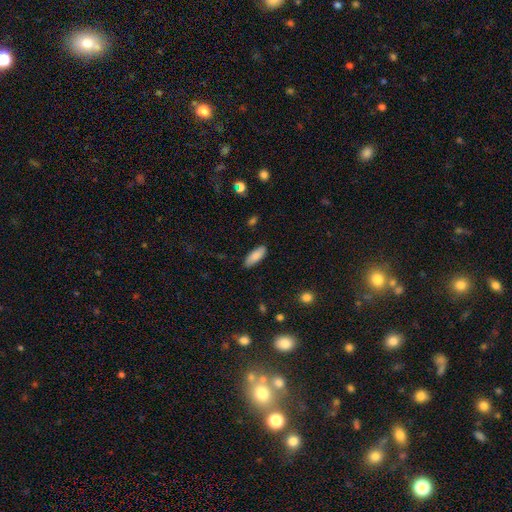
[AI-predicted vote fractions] Morphology: type=smooth (86%); roundness=in between (75%); merging=none (87%).